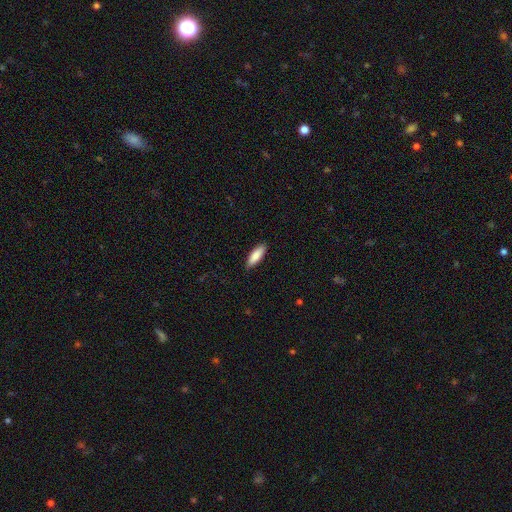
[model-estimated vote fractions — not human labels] This appears to be a smooth galaxy with no disk features (86%) that is in between round and cigar-shaped (57%). Merging: none (89%).